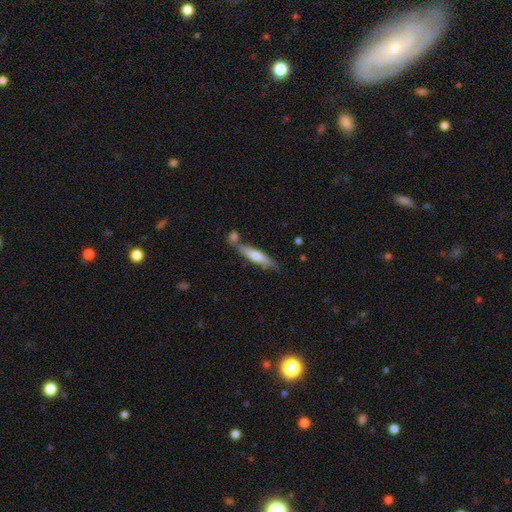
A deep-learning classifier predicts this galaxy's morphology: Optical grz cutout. It shows a smooth galaxy with no disk features (51%) that is cigar-shaped (81%). Merging: none (63%).